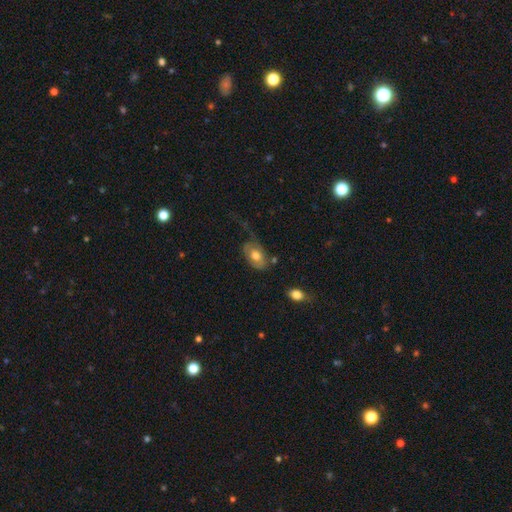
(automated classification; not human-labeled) Q: Smooth or featured?
A: smooth (60%); runner-up: featured or disk (34%)
Q: How rounded?
A: in between (88%); runner-up: round (10%)
Q: Merging?
A: none (40%); runner-up: minor disturbance (28%)